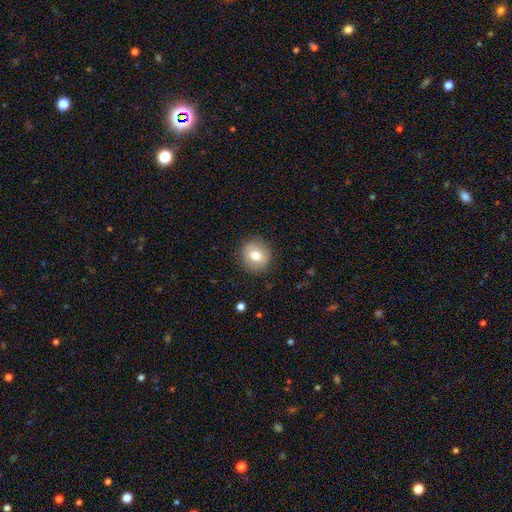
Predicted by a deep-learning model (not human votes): smooth_or_featured: smooth (p=0.73) [alt: featured or disk p=0.18]
how_rounded: round (p=0.89) [alt: in between p=0.10]
merging: none (p=0.89) [alt: minor disturbance p=0.08]